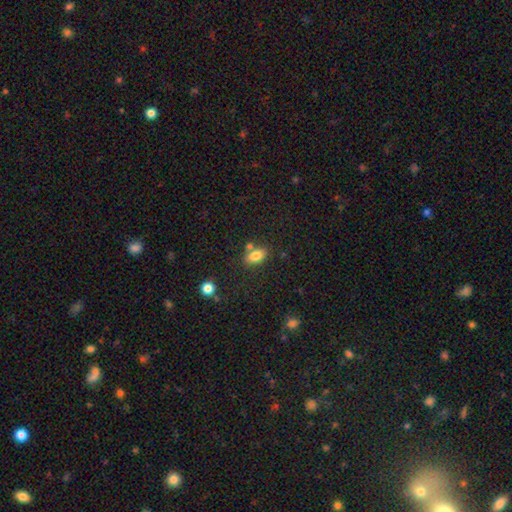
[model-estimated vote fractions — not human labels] This is clearly a smooth galaxy (80%). How rounded: clearly in between (86%). Merging: likely none (67%).